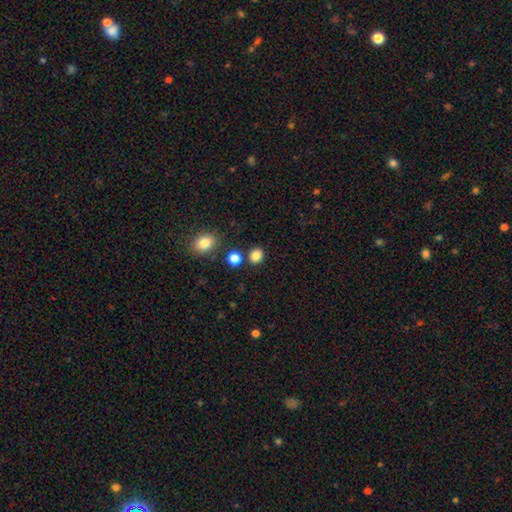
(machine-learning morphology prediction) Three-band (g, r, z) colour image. It shows a smooth galaxy with no disk features (85%) that is round (70%). Merging: none (83%).